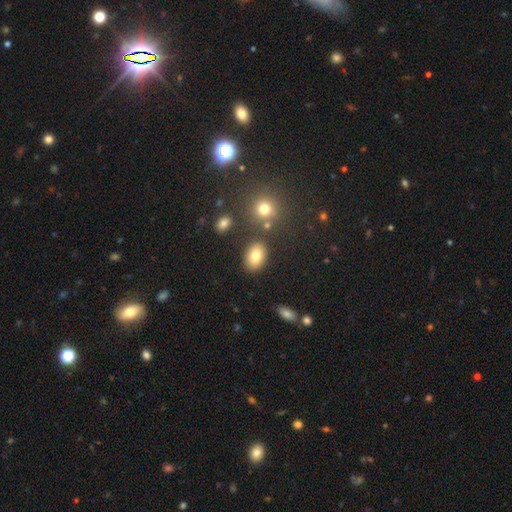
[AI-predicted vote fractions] Q: Smooth or featured?
A: smooth (80%); runner-up: star or artifact (10%)
Q: How rounded?
A: in between (78%); runner-up: round (21%)
Q: Merging?
A: none (82%); runner-up: minor disturbance (10%)